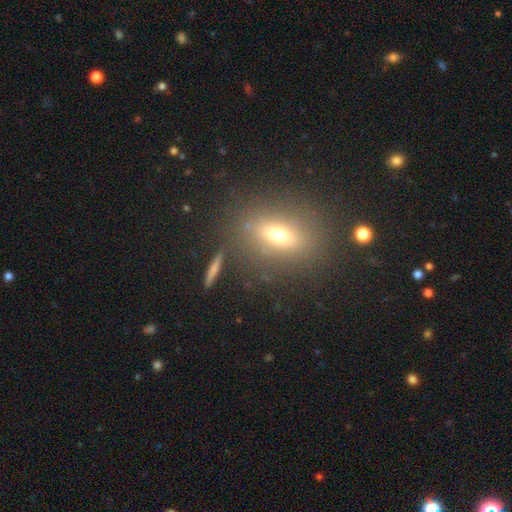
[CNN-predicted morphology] The model was most divided on "smooth or featured": smooth: 46%, featured or disk: 31%, star or artifact: 23%. More confident: merging — none (84%).